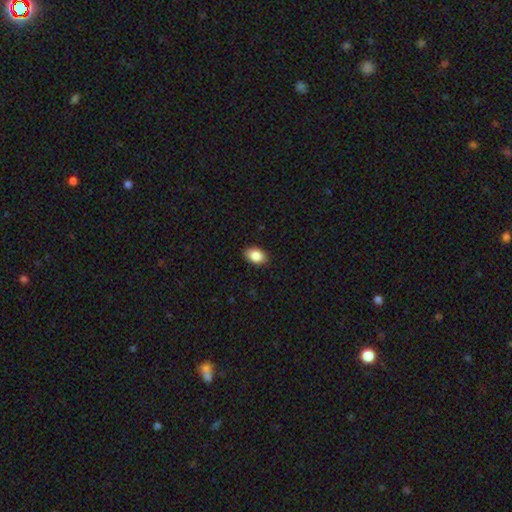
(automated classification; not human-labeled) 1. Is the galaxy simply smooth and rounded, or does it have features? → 87% smooth, 7% star or artifact, 5% featured or disk.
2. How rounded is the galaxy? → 86% in between, 13% round, 1% cigar-shaped.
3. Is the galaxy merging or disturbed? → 88% none, 9% minor disturbance, 2% major disturbance, 1% merger.